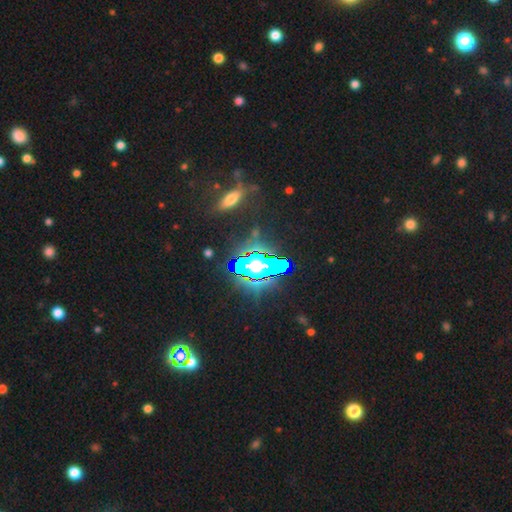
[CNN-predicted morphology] star or artifact 61%, featured or disk 24%, smooth 15%.